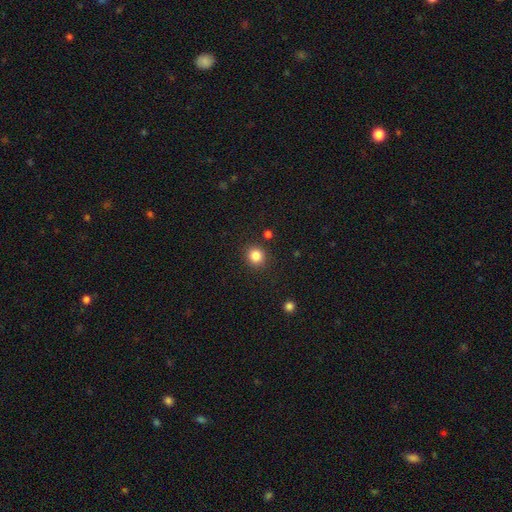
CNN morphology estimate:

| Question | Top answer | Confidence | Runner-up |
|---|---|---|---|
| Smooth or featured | smooth | 84% | star or artifact (11%) |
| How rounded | round | 88% | in between (11%) |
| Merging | none | 89% | minor disturbance (6%) |